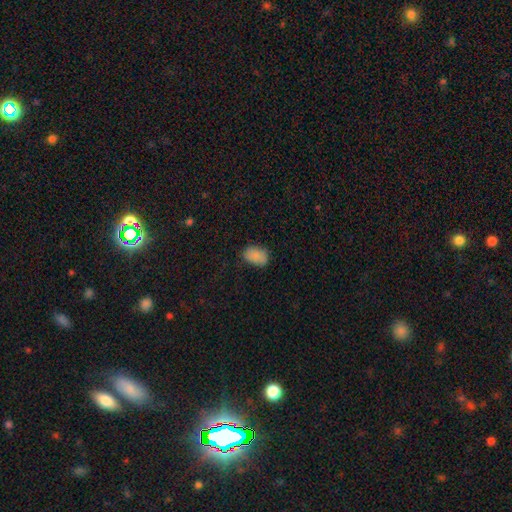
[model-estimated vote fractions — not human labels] Smooth or featured? smooth (87%)
How rounded? in between (85%)
Merging? none (74%)